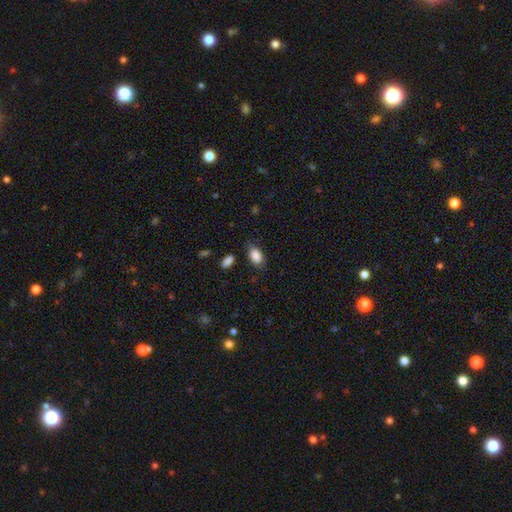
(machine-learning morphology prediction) This appears to be a smooth galaxy with no disk features (87%) that is in between round and cigar-shaped (89%). Merging: none (72%).